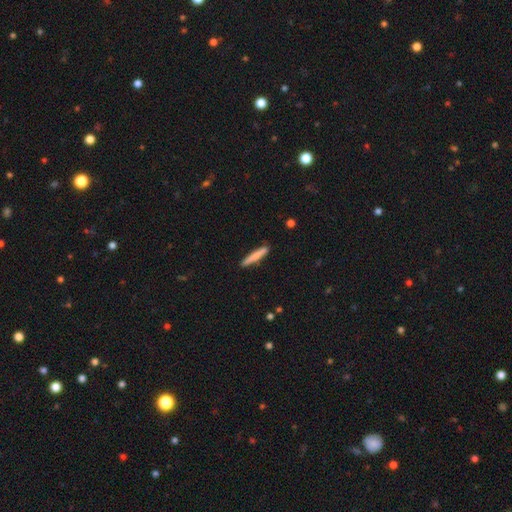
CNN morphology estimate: Q: Smooth or featured?
A: smooth (74%); runner-up: featured or disk (20%)
Q: How rounded?
A: cigar-shaped (95%); runner-up: in between (4%)
Q: Merging?
A: none (89%); runner-up: minor disturbance (8%)